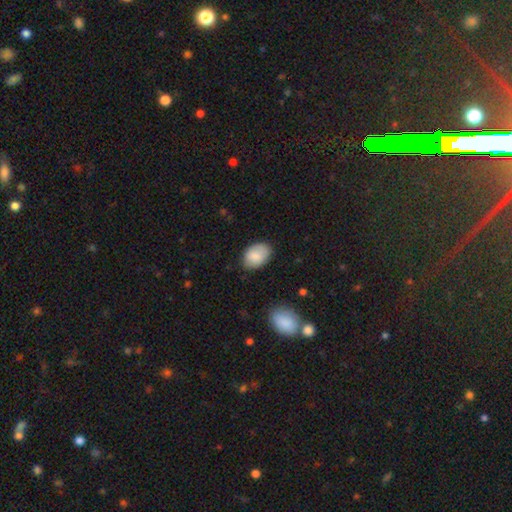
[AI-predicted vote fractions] Q: Smooth or featured?
A: smooth (86%); runner-up: featured or disk (7%)
Q: How rounded?
A: in between (85%); runner-up: round (13%)
Q: Merging?
A: none (77%); runner-up: minor disturbance (18%)